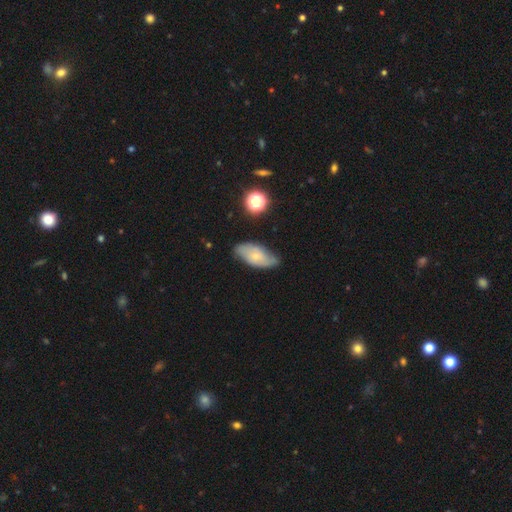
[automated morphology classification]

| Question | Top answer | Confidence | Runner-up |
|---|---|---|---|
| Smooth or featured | smooth | 47% | featured or disk (45%) |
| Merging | none | 65% | minor disturbance (27%) |